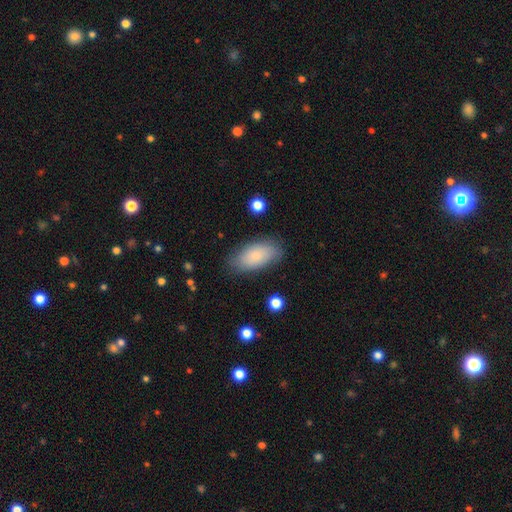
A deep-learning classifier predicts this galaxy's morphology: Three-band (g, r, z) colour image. It shows a smooth galaxy with no disk features (77%) that is in between round and cigar-shaped (92%). Merging: none (80%).